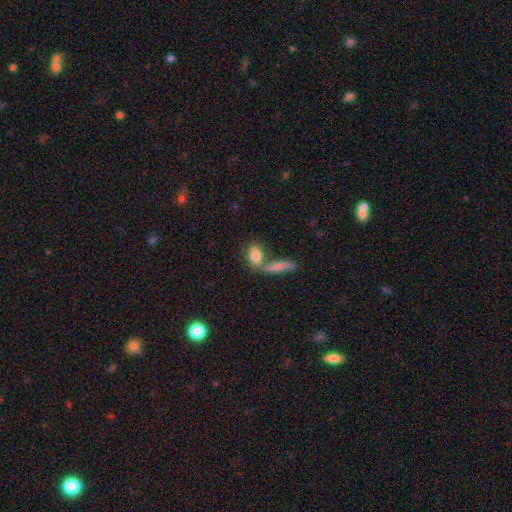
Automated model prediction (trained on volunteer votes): This is likely a smooth galaxy (79%). How rounded: likely in between (78%). Merging: marginally merger (42%, tied with none).